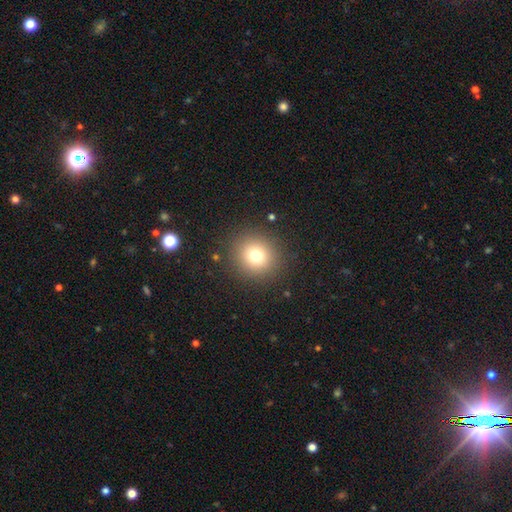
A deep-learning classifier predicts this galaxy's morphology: Smooth or featured: smooth — 75% (star or artifact — 16%)
How rounded: round — 92% (in between — 7%)
Merging: none — 89% (minor disturbance — 6%)